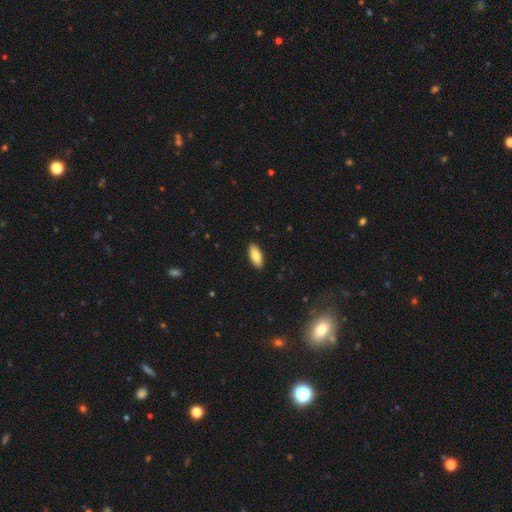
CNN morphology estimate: smooth-or-featured: smooth: 84% | featured or disk: 10% | star or artifact: 6%
  how-rounded: in between: 82% | cigar-shaped: 16% | round: 2%
  merging: none: 89% | minor disturbance: 8% | major disturbance: 2% | merger: 1%